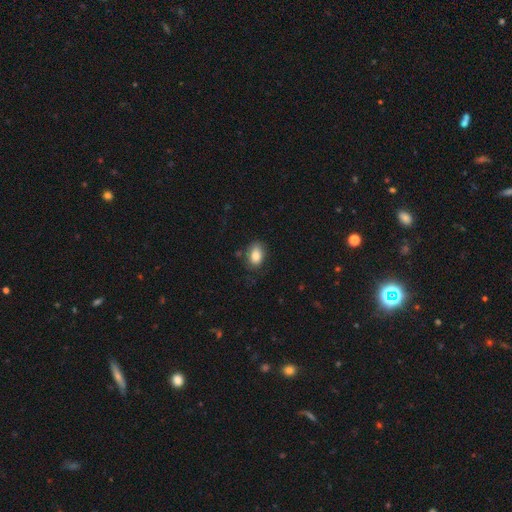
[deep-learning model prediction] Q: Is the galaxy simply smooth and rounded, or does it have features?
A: smooth — 84%.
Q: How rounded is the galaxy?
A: in between — 85%.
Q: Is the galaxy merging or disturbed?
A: none — 72%.